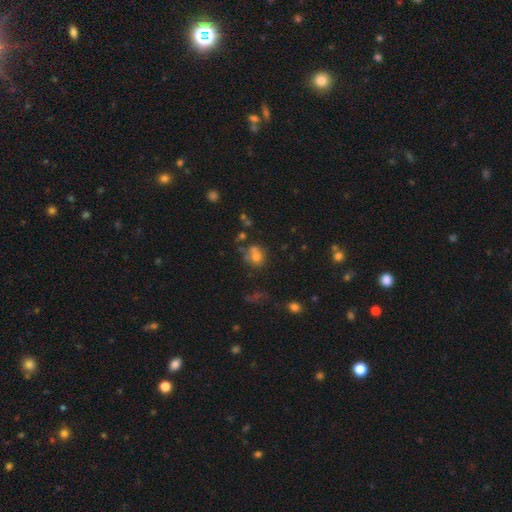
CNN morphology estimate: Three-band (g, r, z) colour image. It shows a smooth galaxy with no disk features (63%) that is round (65%). Merging: none (42%).